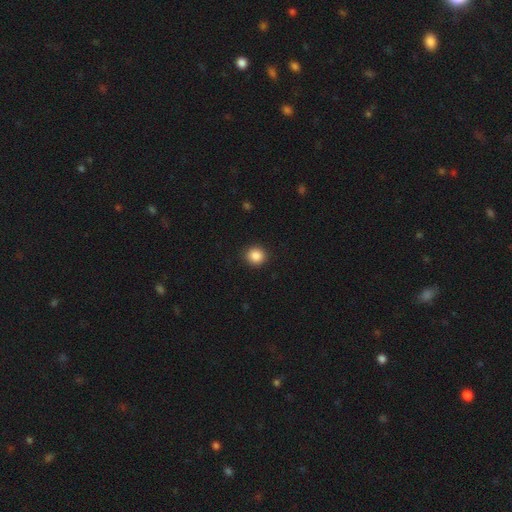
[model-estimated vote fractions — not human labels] A smooth galaxy with no disk features (87%) that is round (92%).

Vote fractions:
- Smooth or featured? smooth: 87% / star or artifact: 10% / featured or disk: 3%
- How rounded? round: 92% / in between: 7% / cigar-shaped: 1%
- Merging? none: 92% / minor disturbance: 5% / major disturbance: 2% / merger: 1%